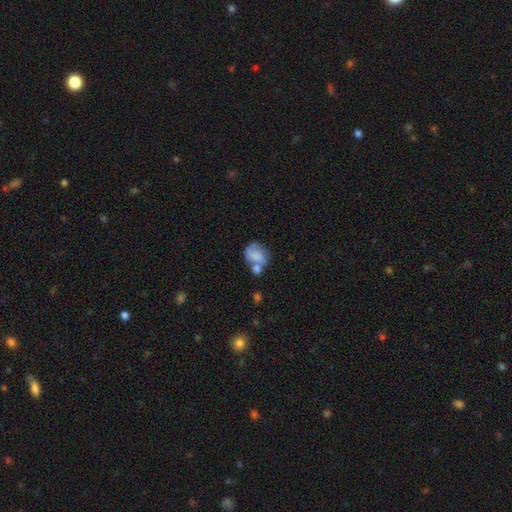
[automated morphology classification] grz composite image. It shows a smooth galaxy with no disk features (59%) that is in between round and cigar-shaped (55%). Merging: merger (37%).